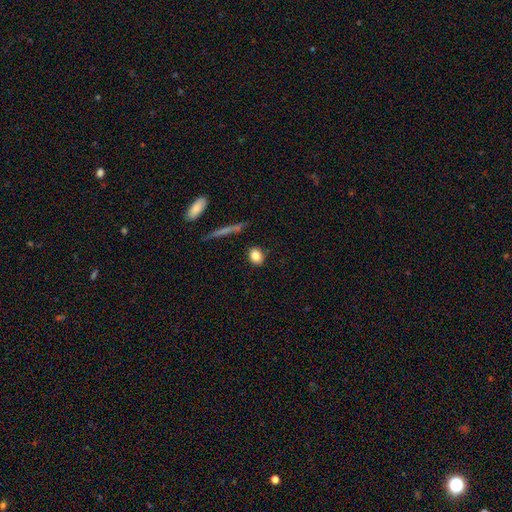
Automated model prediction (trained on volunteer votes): Smooth or featured? Predicted: smooth (p=0.82). How rounded? Predicted: round (p=0.49). Merging? Predicted: none (p=0.86).